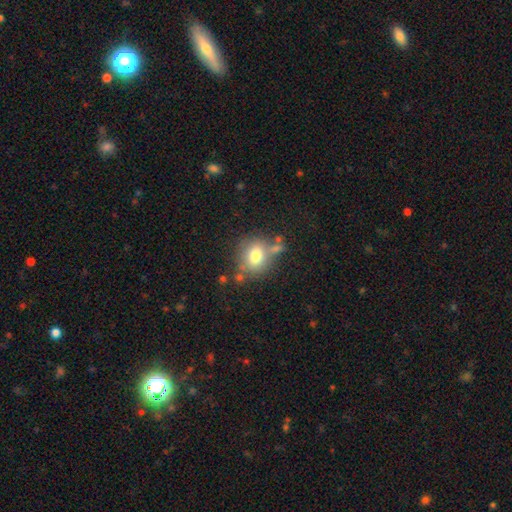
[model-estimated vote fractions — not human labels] smooth 74%, featured or disk 15%, star or artifact 11%. Down the decision tree: how rounded — round (67%); merging — none (64%).